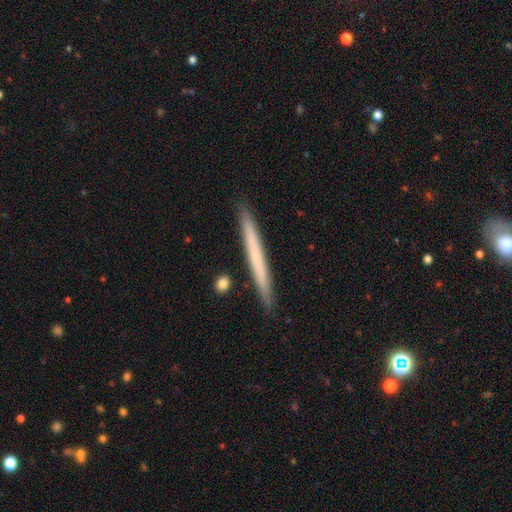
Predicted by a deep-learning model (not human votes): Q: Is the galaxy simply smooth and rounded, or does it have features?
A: smooth — 55%.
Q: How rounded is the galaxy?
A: cigar-shaped — 97%.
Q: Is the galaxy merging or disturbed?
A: none — 91%.